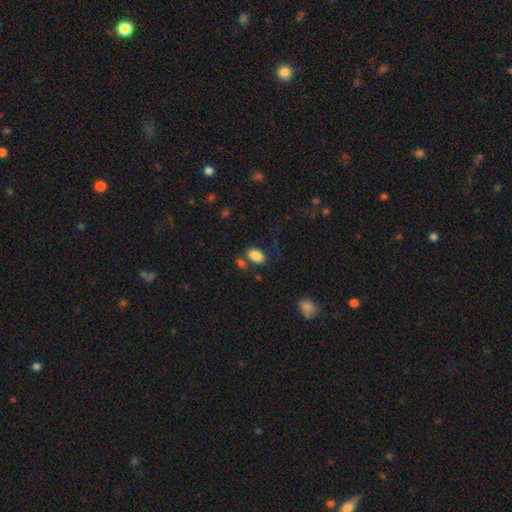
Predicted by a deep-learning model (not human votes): A smooth galaxy with no disk features (86%) that is in between round and cigar-shaped (89%). Merging: none (64%).